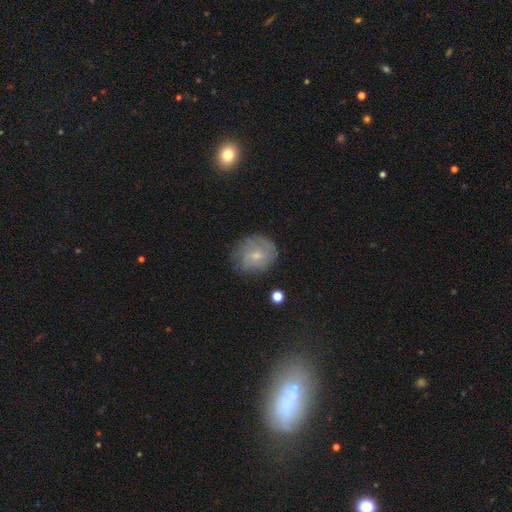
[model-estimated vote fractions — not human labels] A featured or disk galaxy (58%) with no bar (56%), spiral arms (78%) and a small central bulge (59%).

Vote fractions:
- Smooth or featured? featured or disk: 58% / smooth: 33% / star or artifact: 9%
- Edge-on disk? no: 97% / yes: 3%
- Bar? no: 56% / weak: 39% / strong: 5%
- Spiral arms? yes: 78% / no: 22%
- Bulge size? small: 59% / moderate: 33% / none: 6% / large: 1% / dominant: 1%
- Merging? none: 67% / minor disturbance: 22% / major disturbance: 9% / merger: 2%